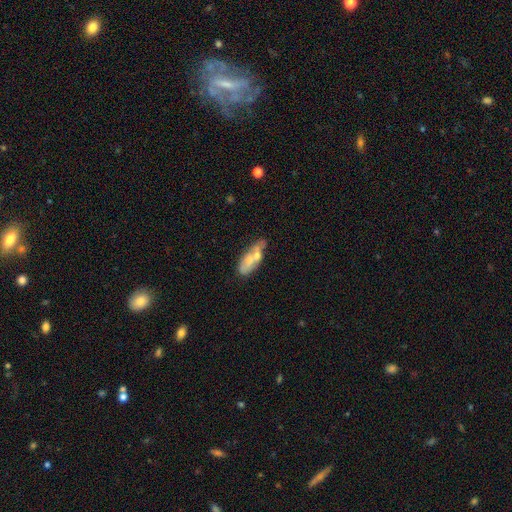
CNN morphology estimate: Smooth or featured? Predicted: featured or disk (p=0.46). Merging? Predicted: none (p=0.45).